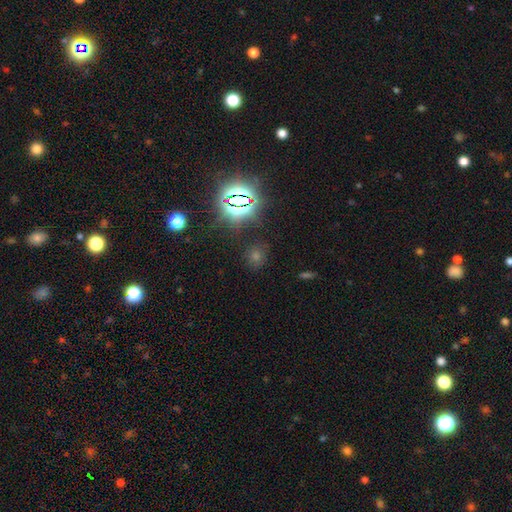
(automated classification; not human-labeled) A smooth galaxy with no disk features (48%).

Vote fractions:
- Smooth or featured? smooth: 48% / star or artifact: 44% / featured or disk: 8%
- Merging? none: 81% / minor disturbance: 12% / major disturbance: 5% / merger: 3%